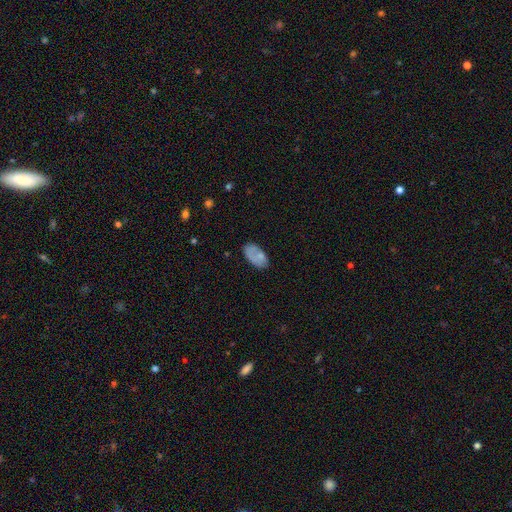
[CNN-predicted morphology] Smooth or featured? Predicted: smooth (p=0.69). How rounded? Predicted: in between (p=0.93). Merging? Predicted: none (p=0.59).